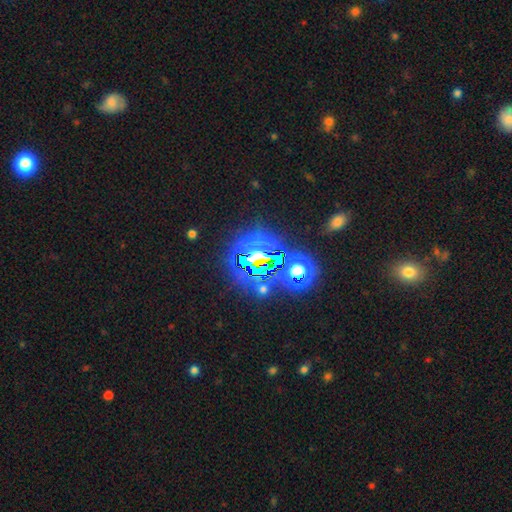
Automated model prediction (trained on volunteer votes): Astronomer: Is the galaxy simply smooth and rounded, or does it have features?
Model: star or artifact — 72%.